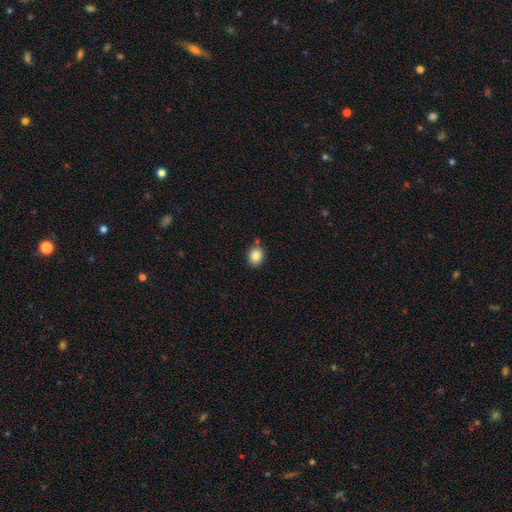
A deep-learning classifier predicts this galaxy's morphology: This appears to be a smooth galaxy with no disk features (86%) that is round (58%). Merging: none (79%).